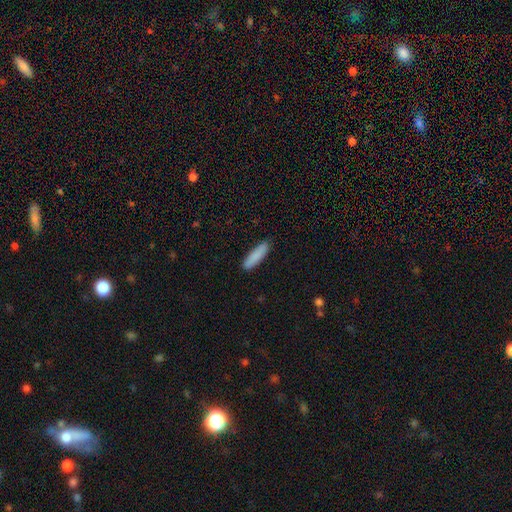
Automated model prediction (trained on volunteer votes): The model was most divided on "how rounded": cigar-shaped: 73%, in between: 25%, round: 1%. More confident: merging — none (89%); smooth or featured — smooth (88%).